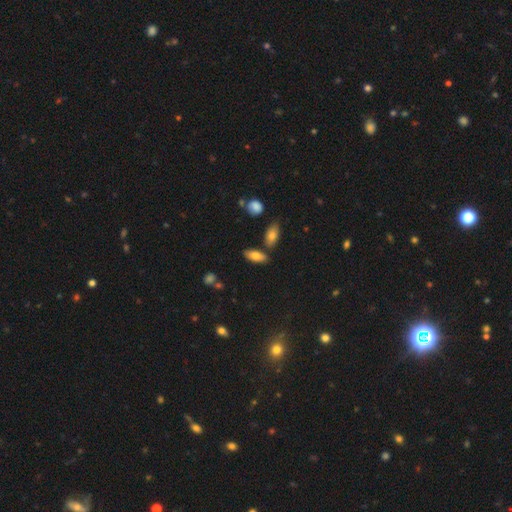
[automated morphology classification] Smooth or featured?
  - smooth: 77% *
  - featured or disk: 15%
  - star or artifact: 8%
How rounded?
  - in between: 81% *
  - cigar-shaped: 16%
  - round: 3%
Merging?
  - none: 75% *
  - minor disturbance: 12%
  - merger: 10%
  - major disturbance: 3%